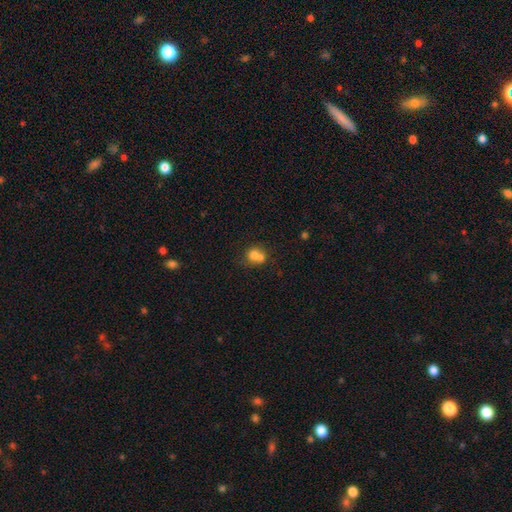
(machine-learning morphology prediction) This is likely a smooth galaxy (71%). How rounded: likely round (70%). Merging: likely merger (61%).